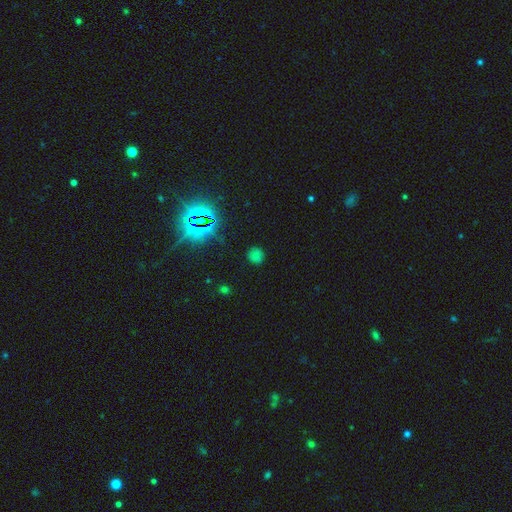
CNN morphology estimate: smooth 58%, star or artifact 34%, featured or disk 8%. Down the decision tree: how rounded — round (86%); merging — none (83%).